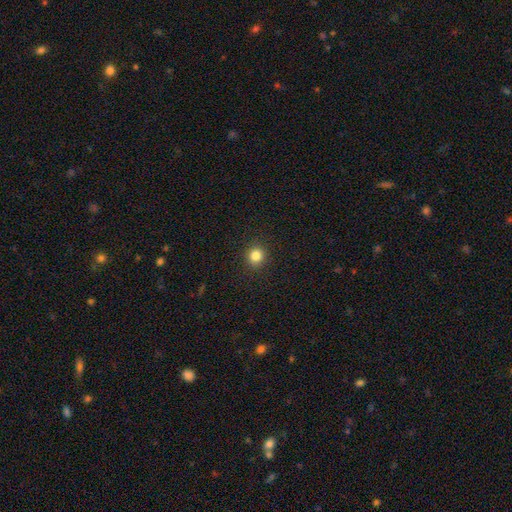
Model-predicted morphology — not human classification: smooth 84%, star or artifact 12%, featured or disk 5%. Down the decision tree: how rounded — round (90%); merging — none (92%).